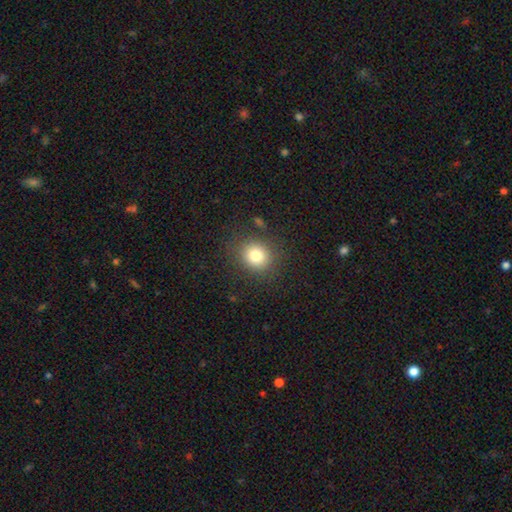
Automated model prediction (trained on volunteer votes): This appears to be a smooth galaxy with no disk features (79%) that is round (77%). Merging: none (85%).